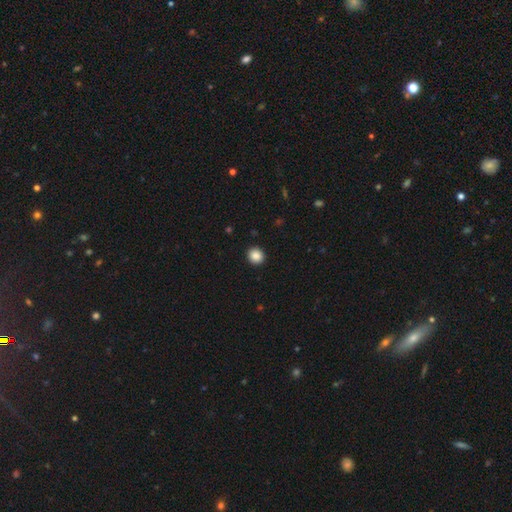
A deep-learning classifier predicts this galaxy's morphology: Overall: smooth (88%). How rounded: round (83%). Merging: none (92%).